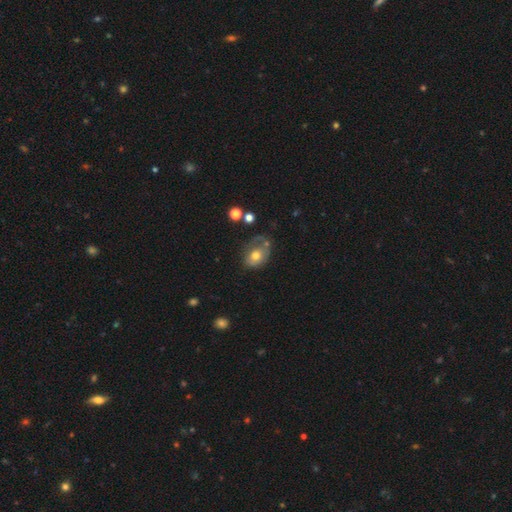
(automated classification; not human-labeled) smooth-or-featured: smooth: 62% | featured or disk: 29% | star or artifact: 9%
  how-rounded: in between: 65% | round: 34% | cigar-shaped: 1%
  merging: none: 39% | minor disturbance: 29% | major disturbance: 23% | merger: 9%